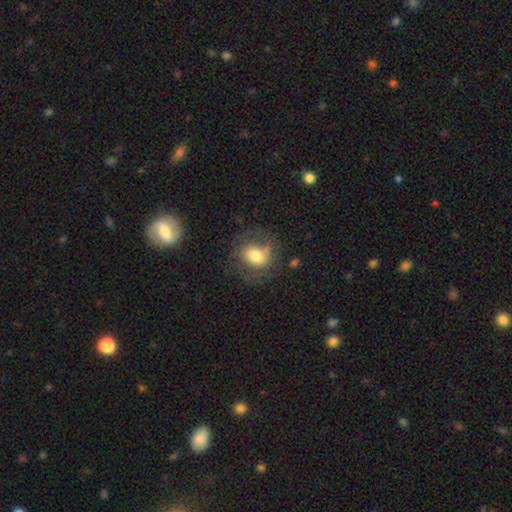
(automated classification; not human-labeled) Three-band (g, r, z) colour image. It shows a smooth galaxy with no disk features (61%) that is round (65%). Merging: none (64%).